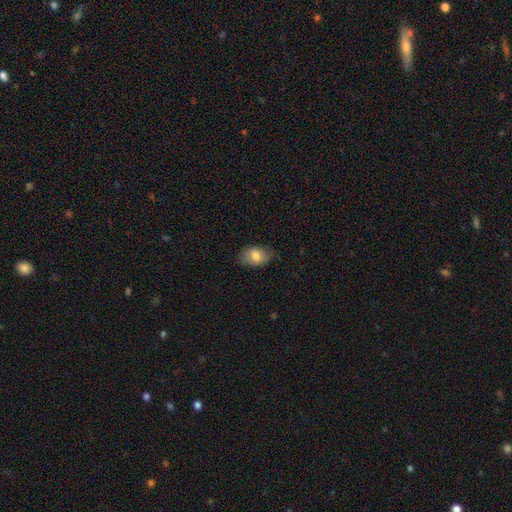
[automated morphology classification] smooth_or_featured: smooth (p=0.78) [alt: featured or disk p=0.14]
how_rounded: in between (p=0.87) [alt: round p=0.12]
merging: none (p=0.81) [alt: minor disturbance p=0.15]